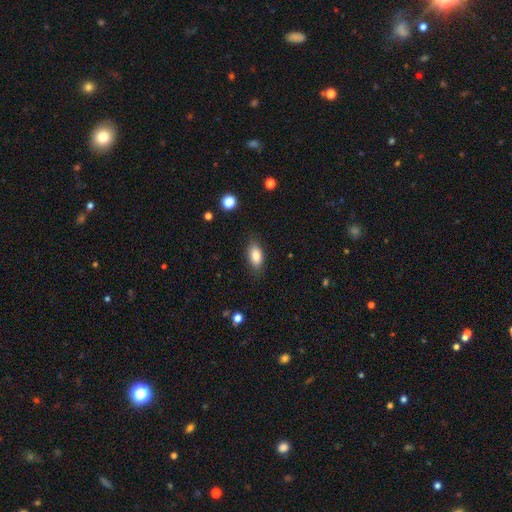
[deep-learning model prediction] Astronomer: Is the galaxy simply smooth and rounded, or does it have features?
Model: smooth — 84%.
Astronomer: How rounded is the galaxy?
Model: in between — 87%.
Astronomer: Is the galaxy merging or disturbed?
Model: none — 84%.